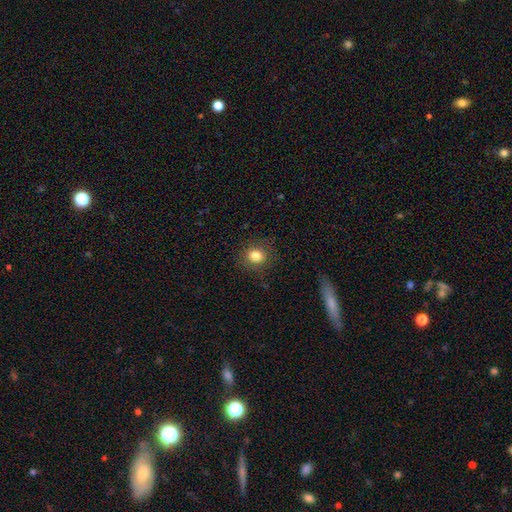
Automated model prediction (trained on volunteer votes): Morphology: type=smooth (82%); roundness=round (75%); merging=none (85%).